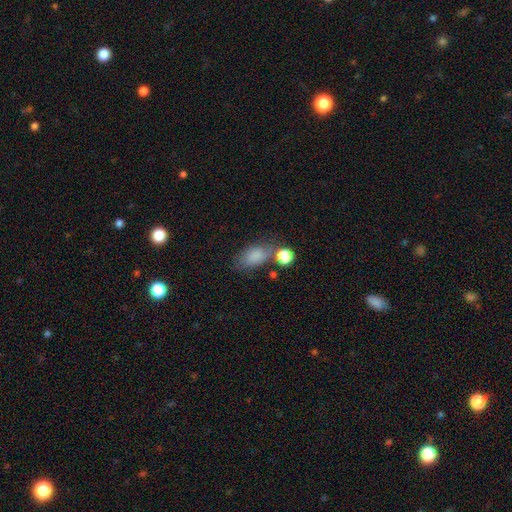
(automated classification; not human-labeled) A smooth galaxy with no disk features (81%) that is in between round and cigar-shaped (86%).

Vote fractions:
- Smooth or featured? smooth: 81% / star or artifact: 10% / featured or disk: 9%
- How rounded? in between: 86% / round: 11% / cigar-shaped: 3%
- Merging? none: 55% / minor disturbance: 21% / merger: 14% / major disturbance: 10%